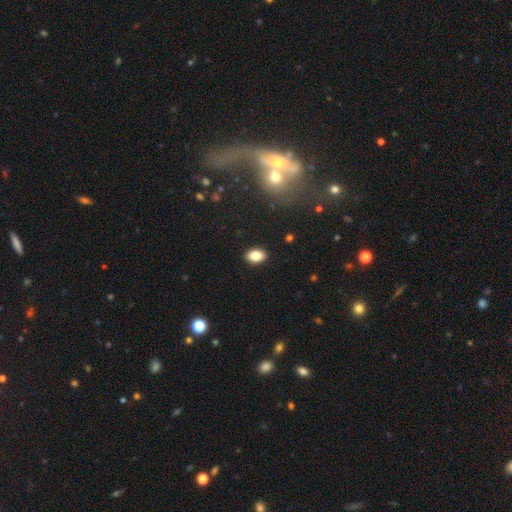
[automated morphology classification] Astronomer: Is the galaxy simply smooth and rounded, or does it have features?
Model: smooth — 84%.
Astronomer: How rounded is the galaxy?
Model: in between — 85%.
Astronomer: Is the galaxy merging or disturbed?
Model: none — 90%.